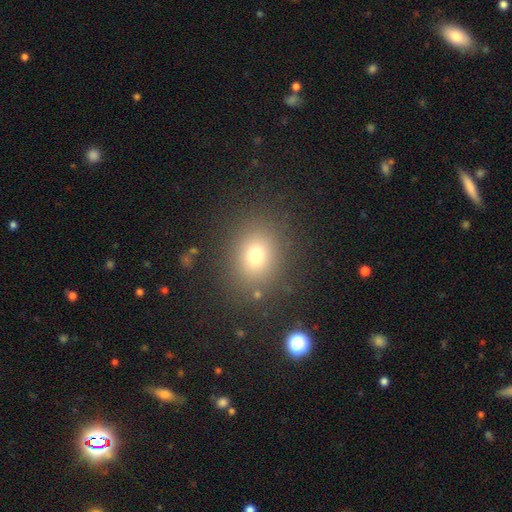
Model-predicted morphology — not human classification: Smooth or featured? Predicted: smooth (p=0.73). How rounded? Predicted: round (p=0.65). Merging? Predicted: none (p=0.85).